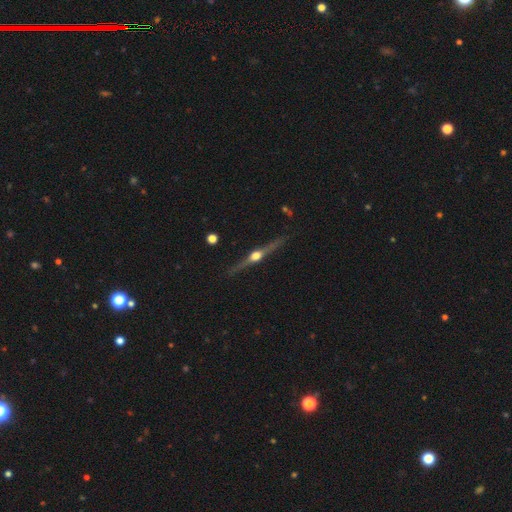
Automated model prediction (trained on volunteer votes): A featured or disk galaxy (85%) viewed edge-on (98%) with a rounded central bulge (96%).

Vote fractions:
- Smooth or featured? featured or disk: 85% / smooth: 9% / star or artifact: 6%
- Edge-on disk? yes: 98% / no: 2%
- Edge-on bulge? rounded: 96% / boxy: 2% / none: 1%
- Merging? none: 89% / minor disturbance: 7% / major disturbance: 2% / merger: 1%